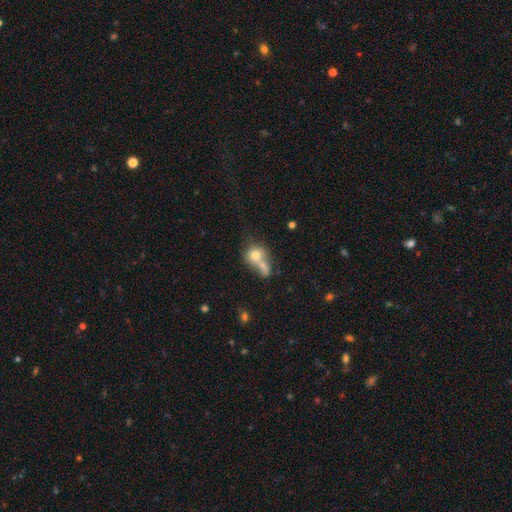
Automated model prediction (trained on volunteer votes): A smooth galaxy with no disk features (72%) that is round (64%). Merging: merger (62%).